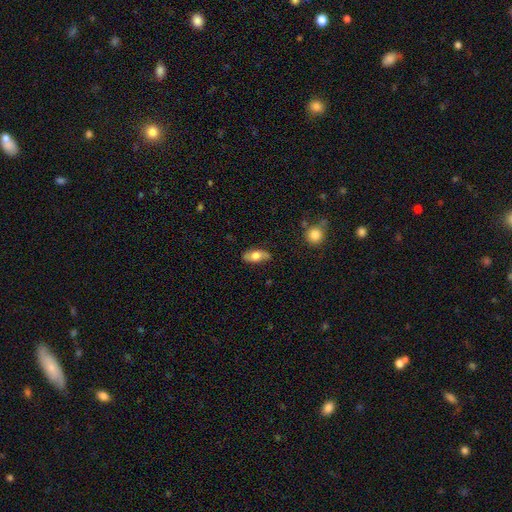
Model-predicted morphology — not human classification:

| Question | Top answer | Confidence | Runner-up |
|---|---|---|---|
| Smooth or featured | smooth | 65% | featured or disk (28%) |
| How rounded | in between | 84% | cigar-shaped (12%) |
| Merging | none | 80% | minor disturbance (16%) |